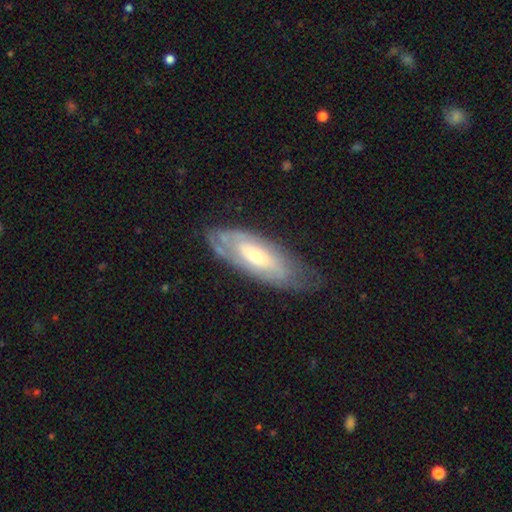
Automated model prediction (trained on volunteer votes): Smooth or featured: featured or disk — 65% (smooth — 28%)
Edge-on disk: no — 81% (yes — 19%)
Bar: no — 63% (weak — 28%)
Spiral arms: yes — 70% (no — 30%)
Bulge size: moderate — 51% (small — 42%)
Merging: none — 64% (minor disturbance — 25%)